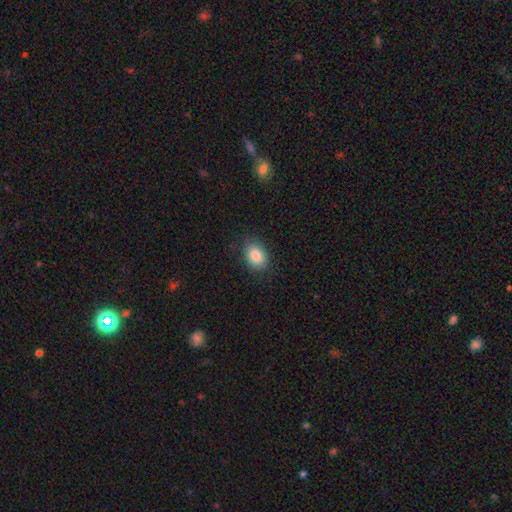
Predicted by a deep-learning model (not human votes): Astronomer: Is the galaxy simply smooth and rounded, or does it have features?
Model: smooth — 85%.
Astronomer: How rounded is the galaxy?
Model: in between — 75%.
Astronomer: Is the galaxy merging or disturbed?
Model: none — 83%.